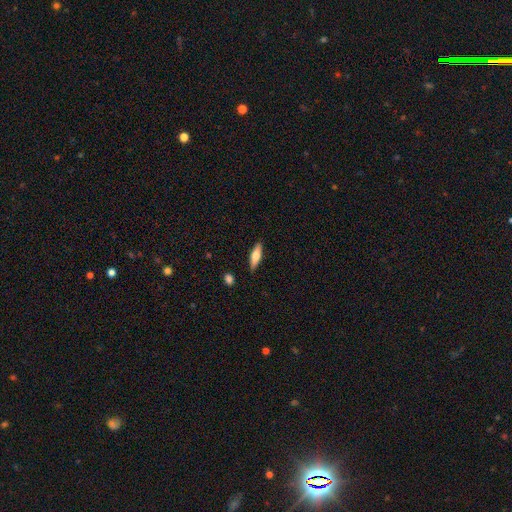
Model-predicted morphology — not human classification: smooth 54%, featured or disk 40%, star or artifact 6%. Down the decision tree: how rounded — cigar-shaped (59%); merging — none (88%).